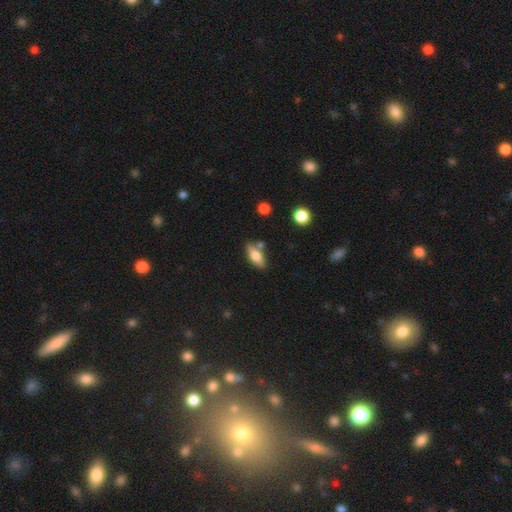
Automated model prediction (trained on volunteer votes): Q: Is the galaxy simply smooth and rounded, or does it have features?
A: smooth — 66%.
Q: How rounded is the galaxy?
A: in between — 72%.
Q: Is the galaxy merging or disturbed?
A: none — 71%.